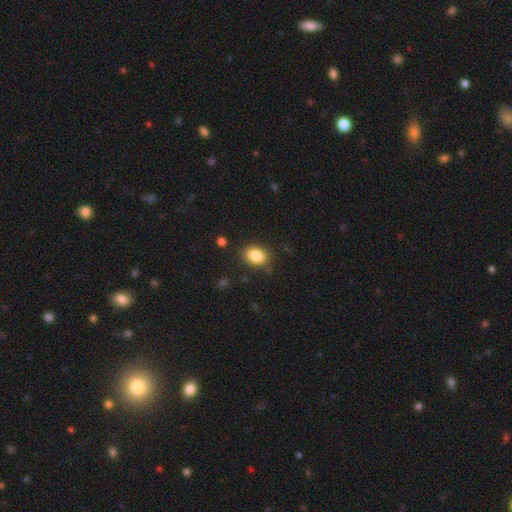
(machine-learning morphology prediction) smooth-or-featured: smooth: 86% | star or artifact: 9% | featured or disk: 6%
  how-rounded: in between: 67% | round: 32% | cigar-shaped: 1%
  merging: none: 83% | minor disturbance: 12% | major disturbance: 3% | merger: 2%